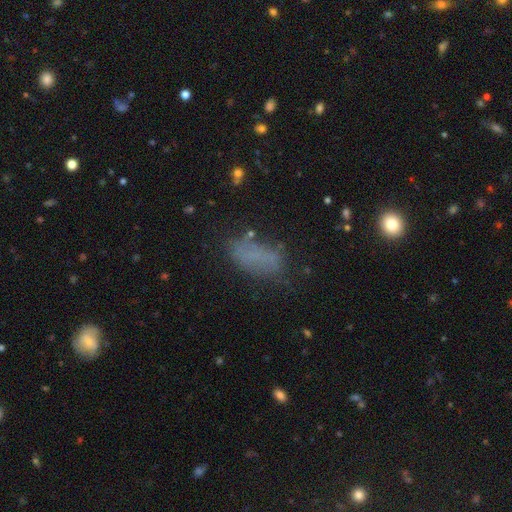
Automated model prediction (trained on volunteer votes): A smooth galaxy with no disk features (66%) that is in between round and cigar-shaped (85%).

Vote fractions:
- Smooth or featured? smooth: 66% / star or artifact: 17% / featured or disk: 17%
- How rounded? in between: 85% / cigar-shaped: 10% / round: 5%
- Merging? none: 60% / minor disturbance: 22% / major disturbance: 14% / merger: 4%